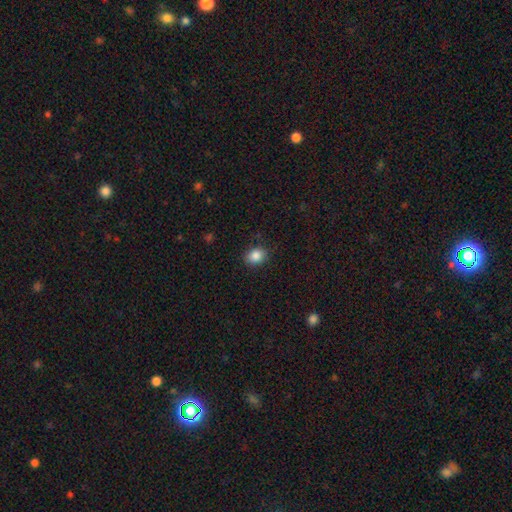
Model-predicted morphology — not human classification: Smooth or featured?
  - smooth: 86% *
  - star or artifact: 9%
  - featured or disk: 4%
How rounded?
  - in between: 53% *
  - round: 46%
  - cigar-shaped: 1%
Merging?
  - none: 86% *
  - minor disturbance: 11%
  - major disturbance: 3%
  - merger: 1%